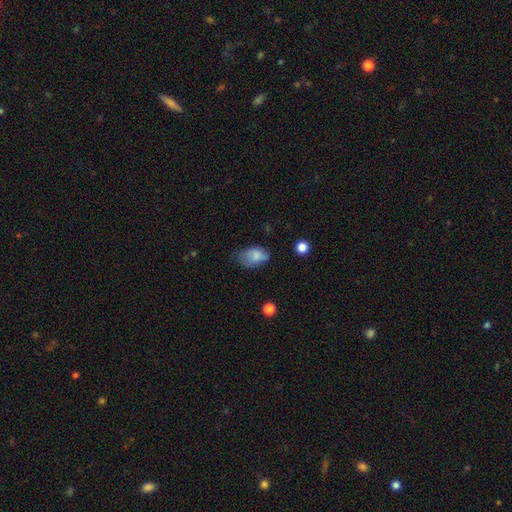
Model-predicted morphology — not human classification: Smooth or featured?
  - smooth: 75% *
  - featured or disk: 15%
  - star or artifact: 9%
How rounded?
  - in between: 88% *
  - round: 10%
  - cigar-shaped: 2%
Merging?
  - none: 39% *
  - minor disturbance: 38%
  - major disturbance: 20%
  - merger: 3%